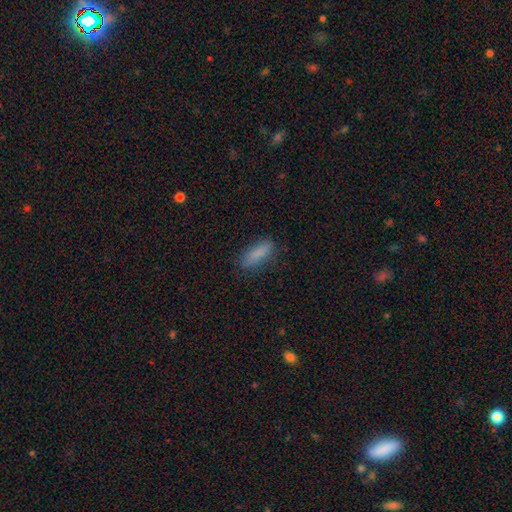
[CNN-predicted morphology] smooth_or_featured: smooth (p=0.83) [alt: featured or disk p=0.09]
how_rounded: in between (p=0.58) [alt: cigar-shaped p=0.40]
merging: none (p=0.77) [alt: minor disturbance p=0.17]